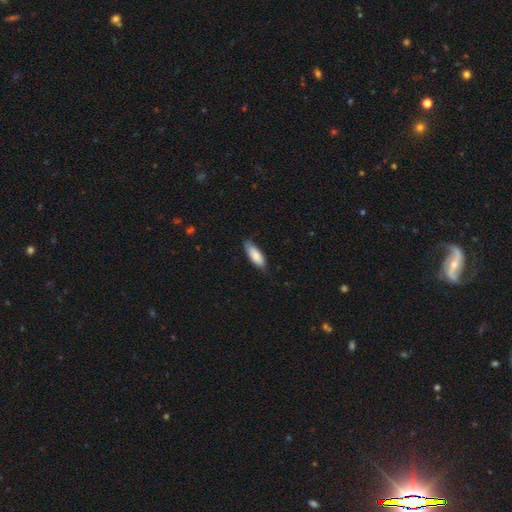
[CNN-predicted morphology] Overall: smooth (84%). How rounded: in between (69%; cigar-shaped 29%). Merging: none (74%).